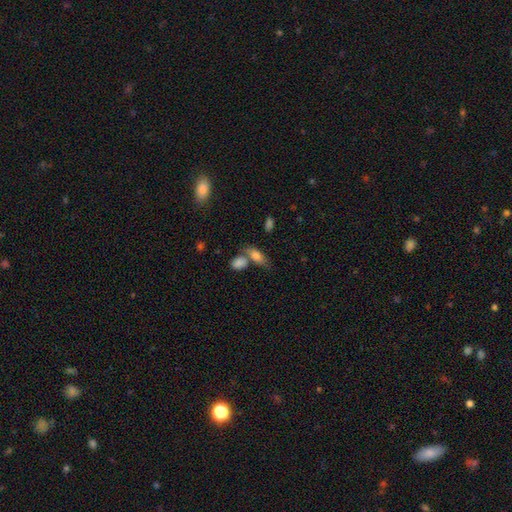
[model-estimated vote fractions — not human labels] The model was most divided on "merging": none: 42%, merger: 39%, minor disturbance: 13%, major disturbance: 6%. More confident: how rounded — in between (84%); smooth or featured — smooth (78%).